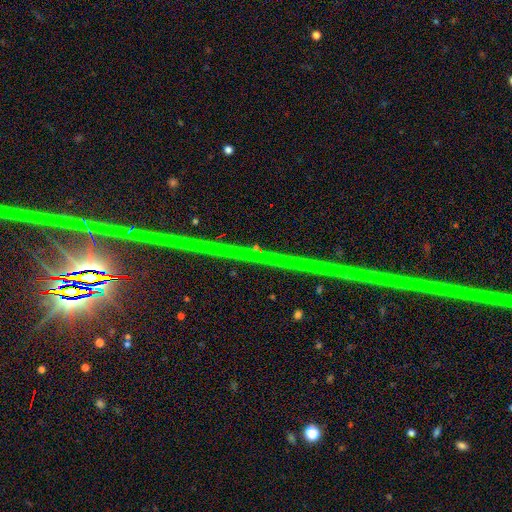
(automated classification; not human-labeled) smooth-or-featured: star or artifact: 87% | featured or disk: 8% | smooth: 5%